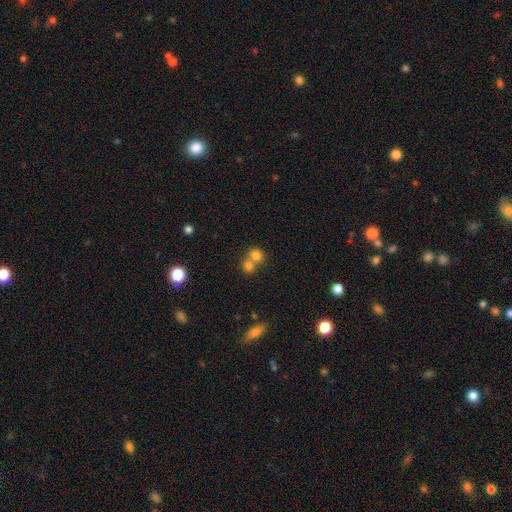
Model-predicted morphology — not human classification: Smooth or featured?
  - smooth: 76% *
  - star or artifact: 13%
  - featured or disk: 11%
How rounded?
  - round: 82% *
  - in between: 17%
  - cigar-shaped: 1%
Merging?
  - merger: 55% *
  - none: 38%
  - minor disturbance: 5%
  - major disturbance: 2%